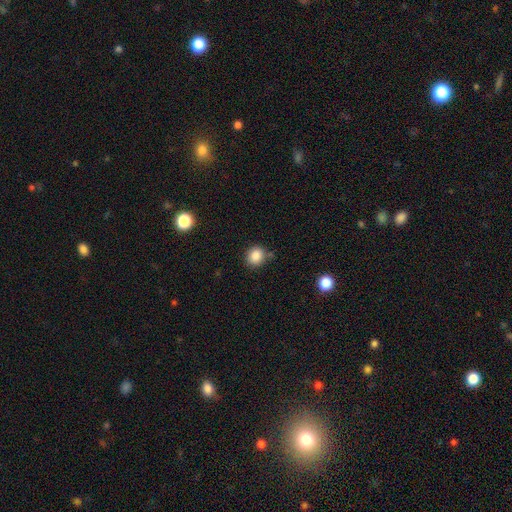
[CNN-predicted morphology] Overall: smooth (85%). How rounded: round (77%). Merging: none (77%).